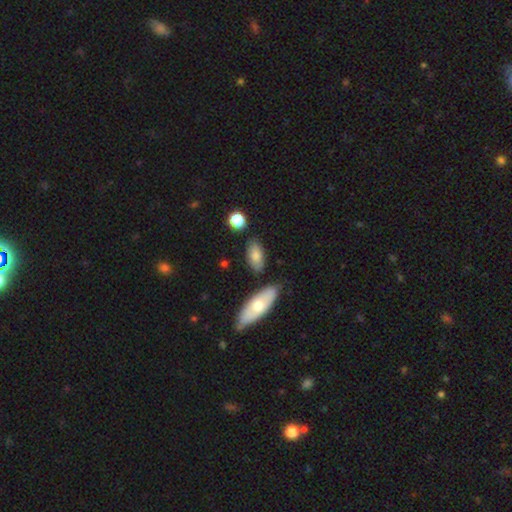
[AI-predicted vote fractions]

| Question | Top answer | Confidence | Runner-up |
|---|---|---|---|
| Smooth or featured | smooth | 79% | featured or disk (14%) |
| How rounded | in between | 88% | cigar-shaped (8%) |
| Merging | none | 76% | minor disturbance (15%) |